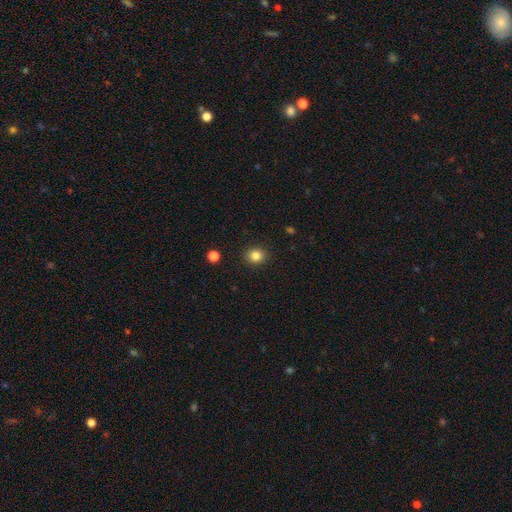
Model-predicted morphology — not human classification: Smooth or featured?
  - smooth: 83% *
  - star or artifact: 12%
  - featured or disk: 5%
How rounded?
  - round: 83% *
  - in between: 17%
  - cigar-shaped: 1%
Merging?
  - none: 91% *
  - minor disturbance: 6%
  - major disturbance: 2%
  - merger: 1%